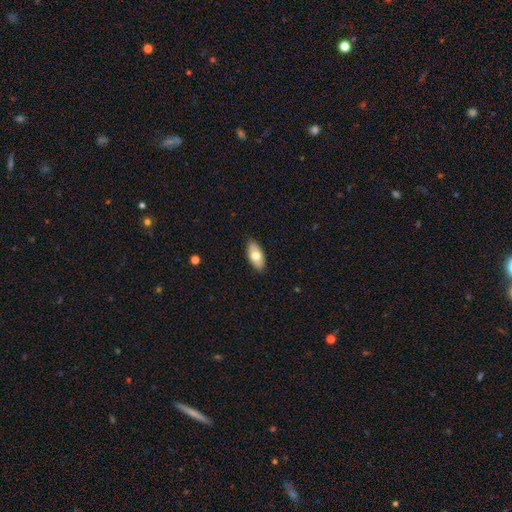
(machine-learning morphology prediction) smooth_or_featured: smooth (p=0.73) [alt: featured or disk p=0.21]
how_rounded: in between (p=0.90) [alt: cigar-shaped p=0.07]
merging: none (p=0.88) [alt: minor disturbance p=0.09]